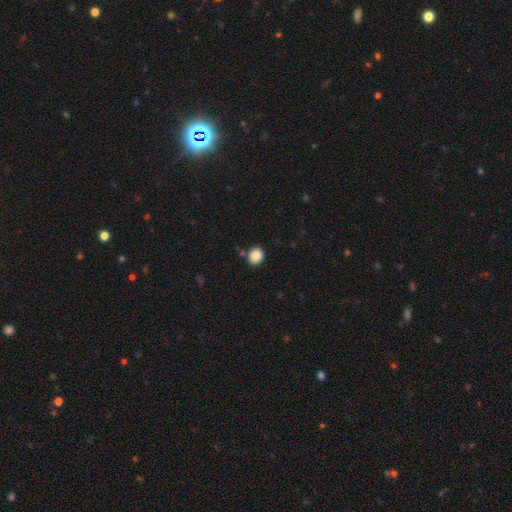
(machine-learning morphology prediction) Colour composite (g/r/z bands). It shows a smooth galaxy with no disk features (86%) that is round (60%). Merging: none (83%).